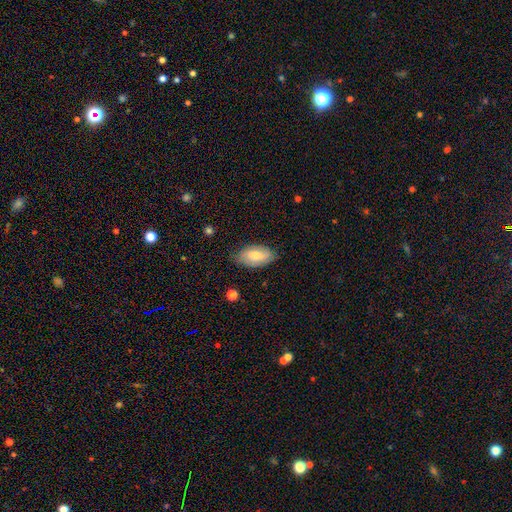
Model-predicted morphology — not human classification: smooth_or_featured: smooth (p=0.69) [alt: featured or disk p=0.25]
how_rounded: in between (p=0.94) [alt: round p=0.03]
merging: none (p=0.76) [alt: minor disturbance p=0.20]